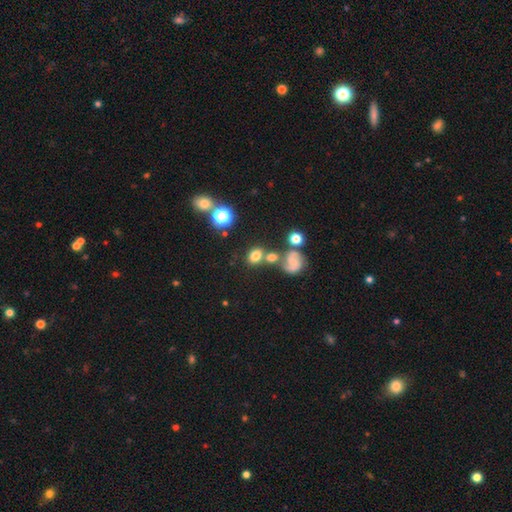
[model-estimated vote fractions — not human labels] smooth 69%, featured or disk 17%, star or artifact 14%. Down the decision tree: how rounded — in between (55%); merging — none (58%).